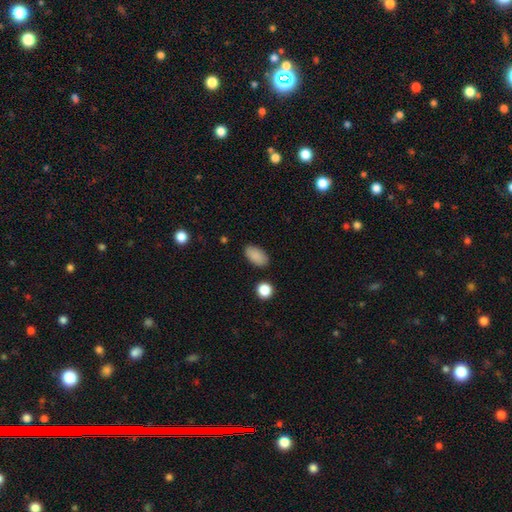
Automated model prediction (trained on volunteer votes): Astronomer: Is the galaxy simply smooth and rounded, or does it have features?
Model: smooth — 88%.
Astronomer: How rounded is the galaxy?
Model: in between — 93%.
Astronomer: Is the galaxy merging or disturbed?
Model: none — 87%.